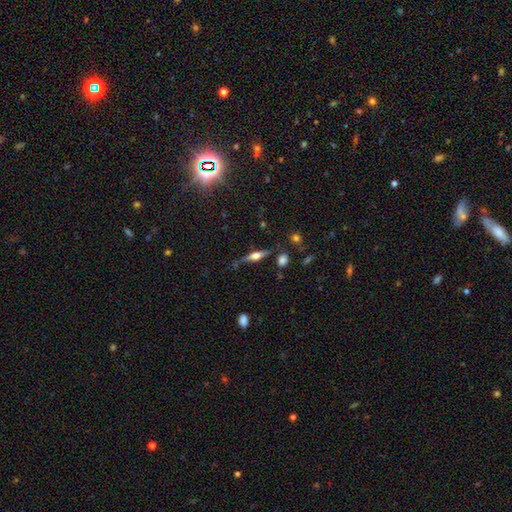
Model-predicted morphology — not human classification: smooth-or-featured: featured or disk: 66% | smooth: 26% | star or artifact: 8%
  disk-edge-on: yes: 96% | no: 4%
    edge-on-bulge: rounded: 88% | boxy: 10% | none: 2%
  merging: none: 78% | minor disturbance: 13% | merger: 4% | major disturbance: 4%